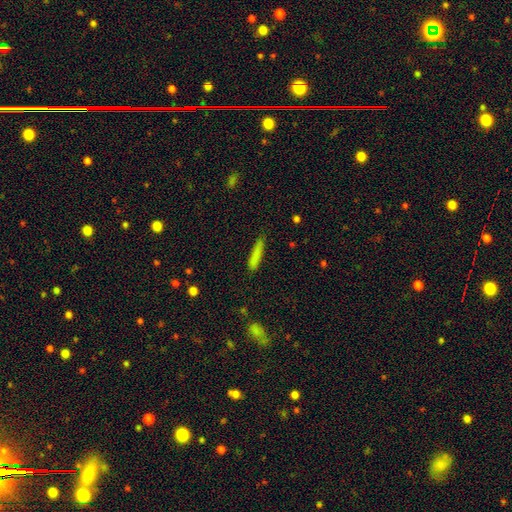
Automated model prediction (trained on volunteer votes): Smooth or featured: smooth — 82% (featured or disk — 10%)
How rounded: cigar-shaped — 90% (in between — 8%)
Merging: none — 83% (minor disturbance — 13%)